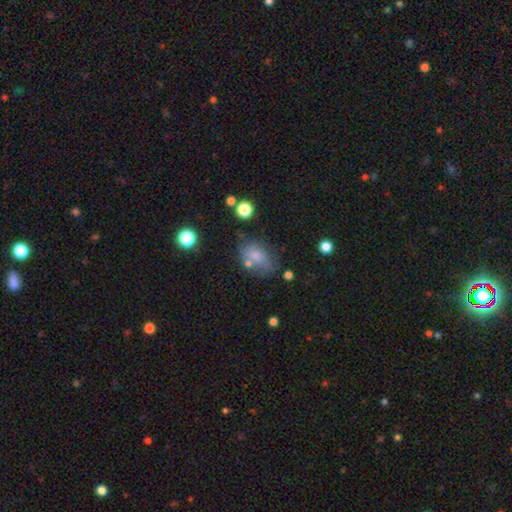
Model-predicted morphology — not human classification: Q: Smooth or featured?
A: smooth (70%); runner-up: featured or disk (18%)
Q: How rounded?
A: in between (79%); runner-up: round (20%)
Q: Merging?
A: none (50%); runner-up: minor disturbance (24%)